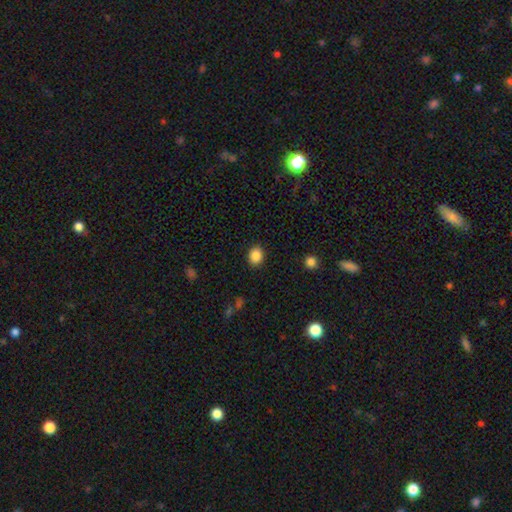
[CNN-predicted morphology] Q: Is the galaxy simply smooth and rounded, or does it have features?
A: smooth — 87%.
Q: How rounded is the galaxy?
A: round — 61%.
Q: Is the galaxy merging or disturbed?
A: none — 88%.